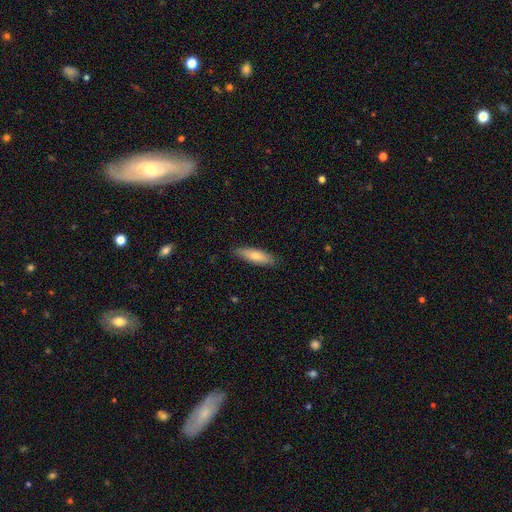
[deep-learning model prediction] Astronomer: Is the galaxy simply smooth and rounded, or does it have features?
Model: smooth — 74%.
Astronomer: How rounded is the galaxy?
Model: cigar-shaped — 52% (runner-up: in between, 46%).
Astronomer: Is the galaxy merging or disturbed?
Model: none — 86%.